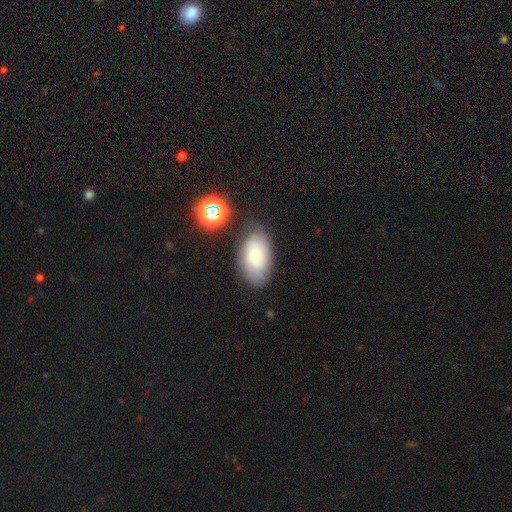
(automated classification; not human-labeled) smooth_or_featured: smooth (p=0.59) [alt: featured or disk p=0.31]
how_rounded: in between (p=0.92) [alt: round p=0.06]
merging: none (p=0.69) [alt: minor disturbance p=0.20]